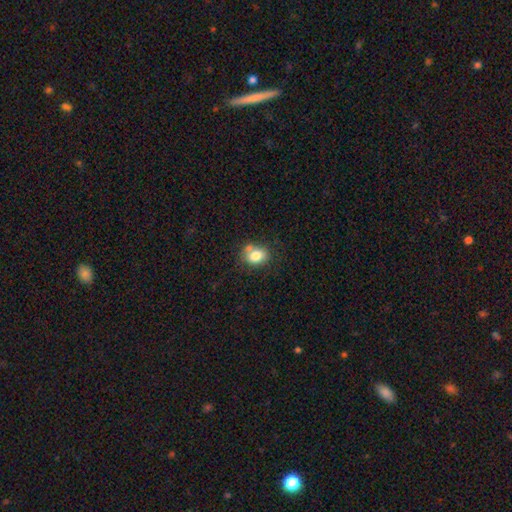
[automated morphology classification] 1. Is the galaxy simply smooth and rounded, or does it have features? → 79% smooth, 11% featured or disk, 10% star or artifact.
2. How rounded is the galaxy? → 53% in between, 46% round, 1% cigar-shaped.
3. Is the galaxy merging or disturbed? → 57% none, 22% merger, 16% minor disturbance, 5% major disturbance.